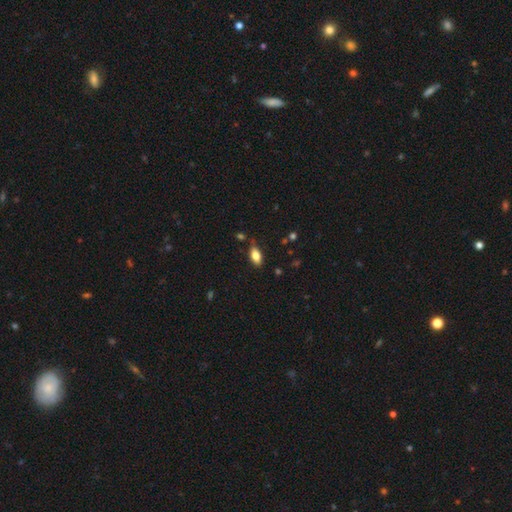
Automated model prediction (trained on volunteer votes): smooth-or-featured: smooth: 79% | featured or disk: 13% | star or artifact: 8%
  how-rounded: in between: 90% | cigar-shaped: 6% | round: 4%
  merging: none: 77% | minor disturbance: 16% | merger: 3% | major disturbance: 3%